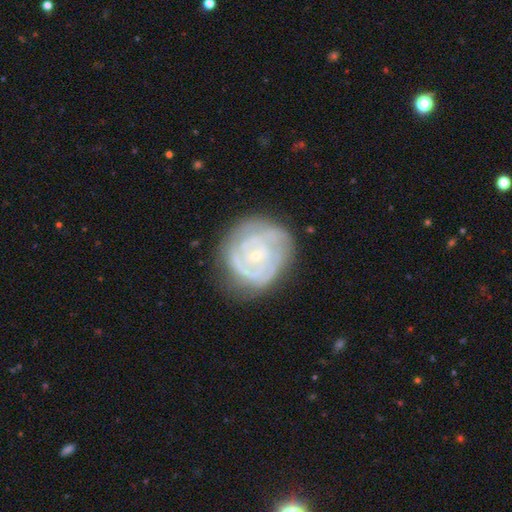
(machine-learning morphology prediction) This appears to be a featured or disk galaxy (78%) with no bar (76%), tight (72%) spiral arms (88%) and a small central bulge (81%). Merging: none (69%).